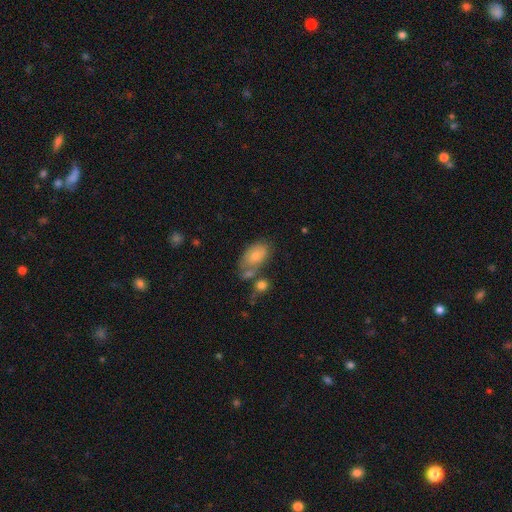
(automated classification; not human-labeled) The model was most divided on "merging": none: 46%, merger: 24%, minor disturbance: 21%, major disturbance: 8%. More confident: how rounded — in between (90%); smooth or featured — smooth (74%).